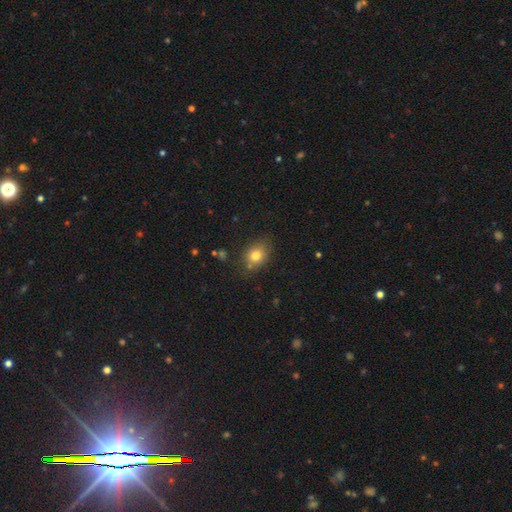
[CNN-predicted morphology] A smooth galaxy with no disk features (79%) that is in between round and cigar-shaped (53%).

Vote fractions:
- Smooth or featured? smooth: 79% / star or artifact: 11% / featured or disk: 10%
- How rounded? in between: 53% / round: 46% / cigar-shaped: 1%
- Merging? none: 74% / minor disturbance: 18% / major disturbance: 4% / merger: 4%